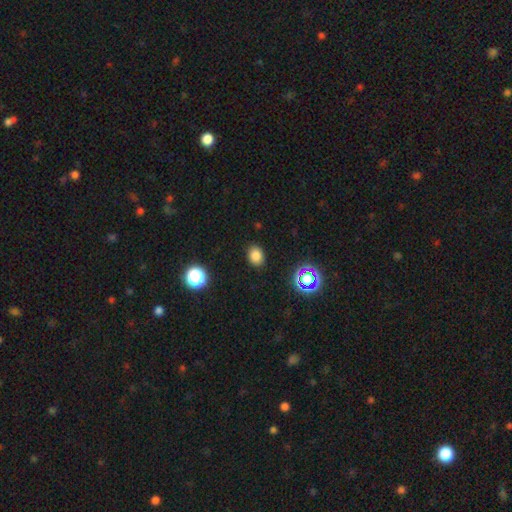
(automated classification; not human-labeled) The model was most divided on "how rounded": in between: 61%, round: 38%, cigar-shaped: 1%. More confident: merging — none (87%); smooth or featured — smooth (79%).